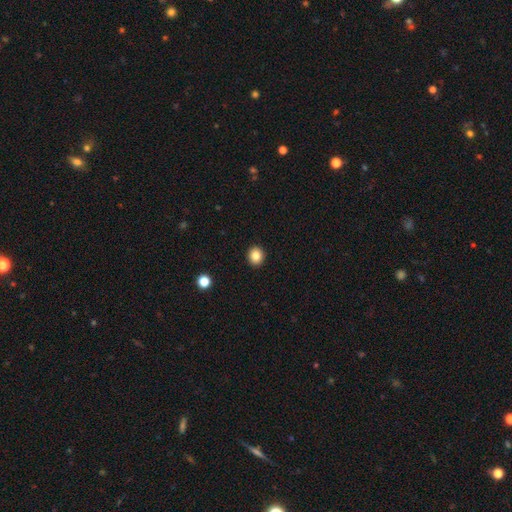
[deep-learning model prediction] Smooth or featured: smooth — 84% (star or artifact — 10%)
How rounded: round — 80% (in between — 19%)
Merging: none — 93% (minor disturbance — 5%)